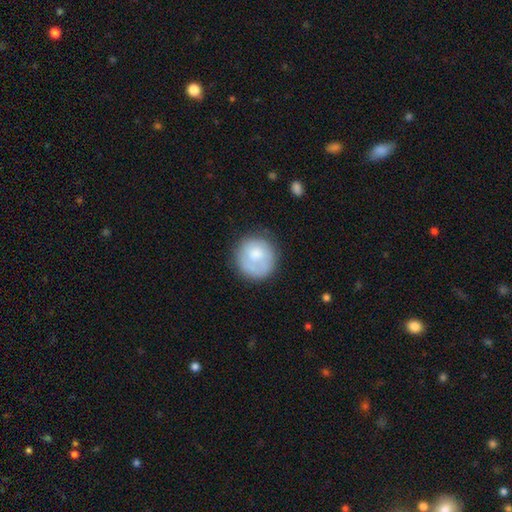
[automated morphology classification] Q: Smooth or featured?
A: smooth (65%); runner-up: featured or disk (29%)
Q: How rounded?
A: round (91%); runner-up: in between (8%)
Q: Merging?
A: none (68%); runner-up: minor disturbance (19%)